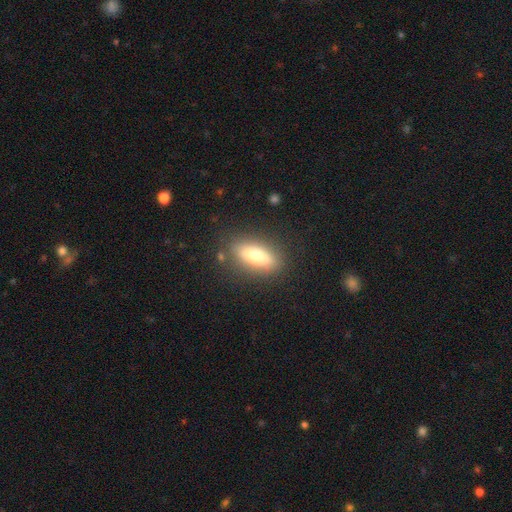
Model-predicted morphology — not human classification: Q: Smooth or featured?
A: smooth (74%); runner-up: featured or disk (19%)
Q: How rounded?
A: in between (69%); runner-up: cigar-shaped (28%)
Q: Merging?
A: none (82%); runner-up: minor disturbance (11%)